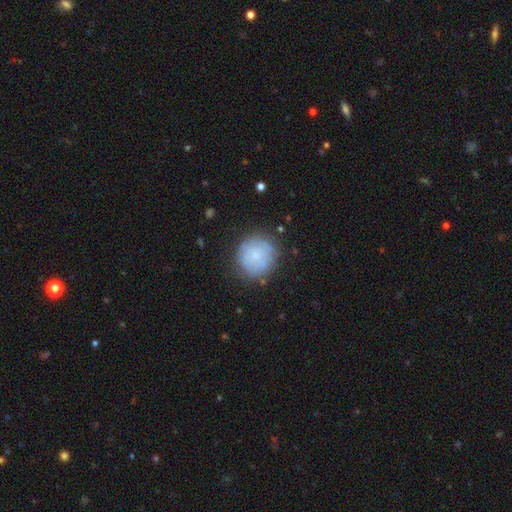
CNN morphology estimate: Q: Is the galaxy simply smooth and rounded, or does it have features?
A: smooth — 65%.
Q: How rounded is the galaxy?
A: round — 90%.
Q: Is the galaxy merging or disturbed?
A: none — 72%.